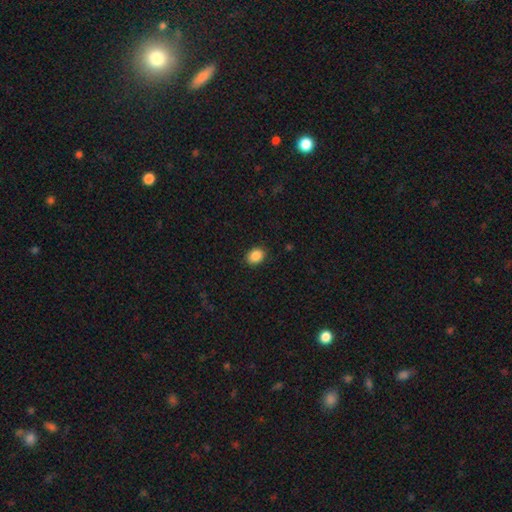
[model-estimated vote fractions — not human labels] Smooth or featured: smooth — 87% (star or artifact — 9%)
How rounded: in between — 55% (round — 44%)
Merging: none — 88% (minor disturbance — 8%)